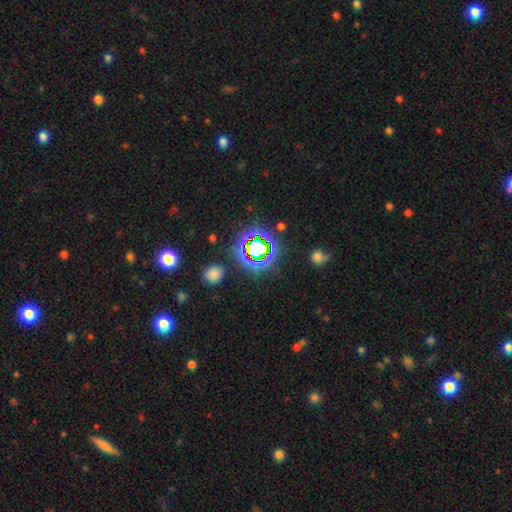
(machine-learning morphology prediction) Smooth or featured: star or artifact — 75% (smooth — 17%)